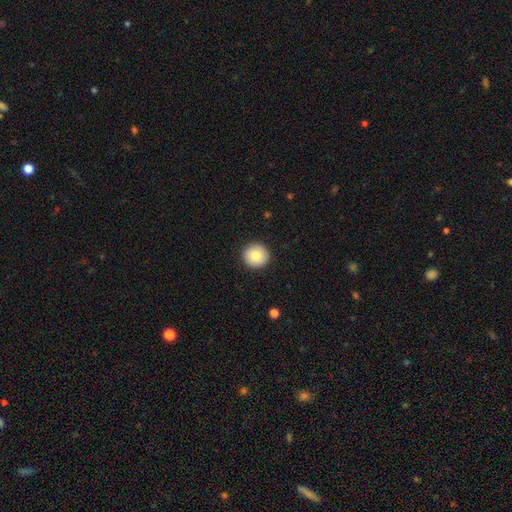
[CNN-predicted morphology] Overall: smooth (83%). How rounded: round (94%). Merging: none (92%).